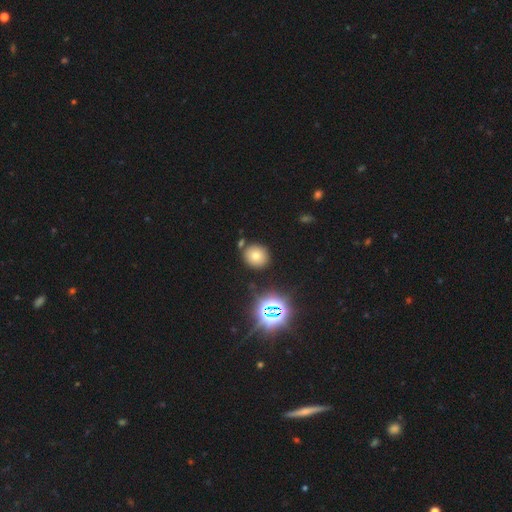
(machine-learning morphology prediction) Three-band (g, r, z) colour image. It shows a smooth galaxy with no disk features (67%) that is round (88%). Merging: none (83%).